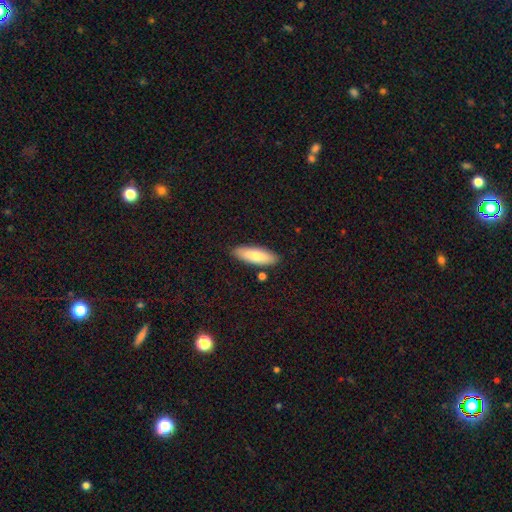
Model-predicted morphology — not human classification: A smooth galaxy with no disk features (78%) that is in between round and cigar-shaped (53%). Merging: none (85%).